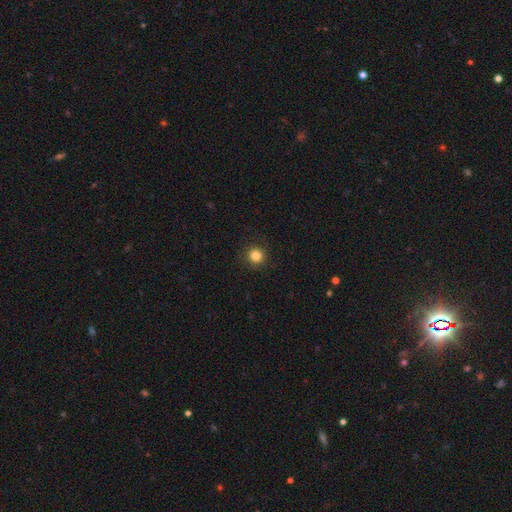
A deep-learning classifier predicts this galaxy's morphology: smooth 83%, star or artifact 12%, featured or disk 4%. Down the decision tree: how rounded — round (95%); merging — none (92%).